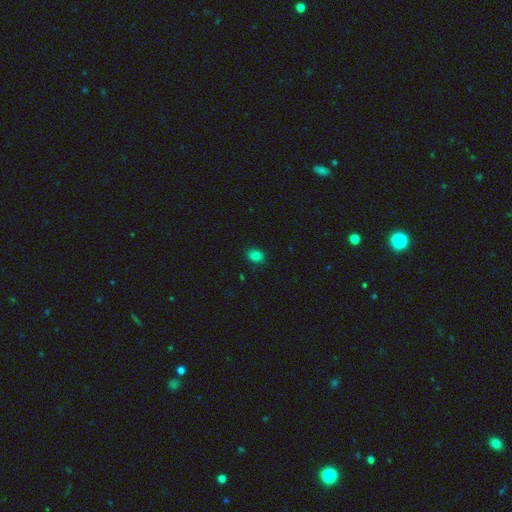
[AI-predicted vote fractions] Morphology: type=smooth (82%); roundness=in between (58%); merging=none (86%).